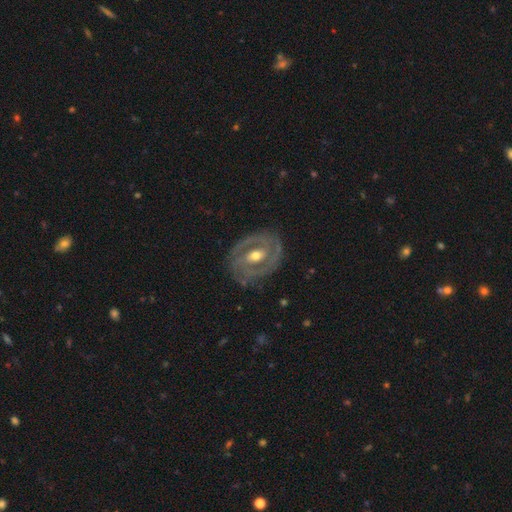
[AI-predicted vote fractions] smooth_or_featured: featured or disk (p=0.86) [alt: smooth p=0.09]
disk_edge_on: no (p=0.96) [alt: yes p=0.04]
bar: weak (p=0.41) [alt: no p=0.33]
has_spiral_arms: yes (p=0.87) [alt: no p=0.13]
spiral_winding: tight (p=0.65) [alt: medium p=0.28]
spiral_arm_count: 2 (p=0.68) [alt: can't tell p=0.14]
bulge_size: moderate (p=0.73) [alt: small p=0.19]
merging: none (p=0.79) [alt: minor disturbance p=0.15]